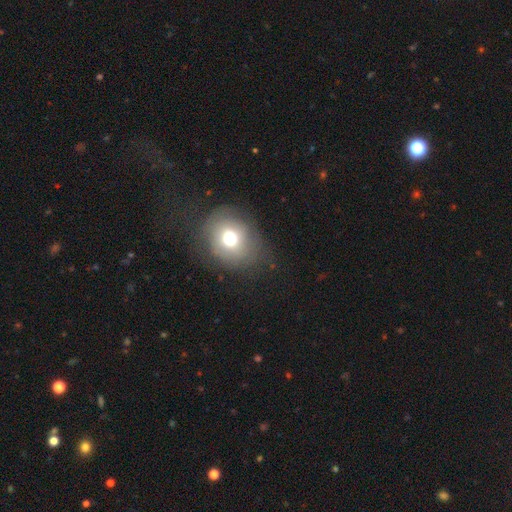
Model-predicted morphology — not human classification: type=smooth (62%); roundness=round (72%); merging=none (57%).